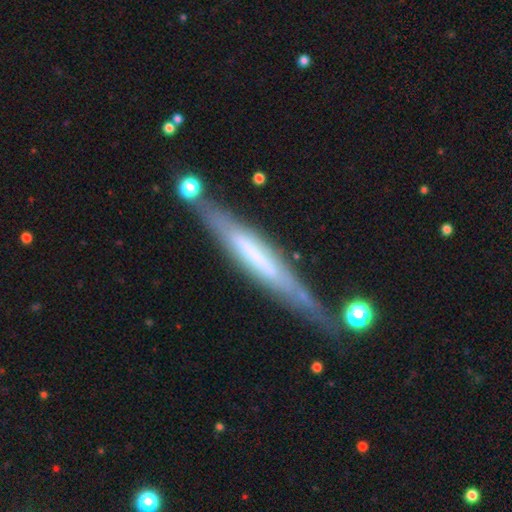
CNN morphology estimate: Overall: featured or disk (63%; smooth 31%). Edge-on disk: yes (89%). Edge-on bulge: none (59%; boxy 27%). Merging: none (72%).